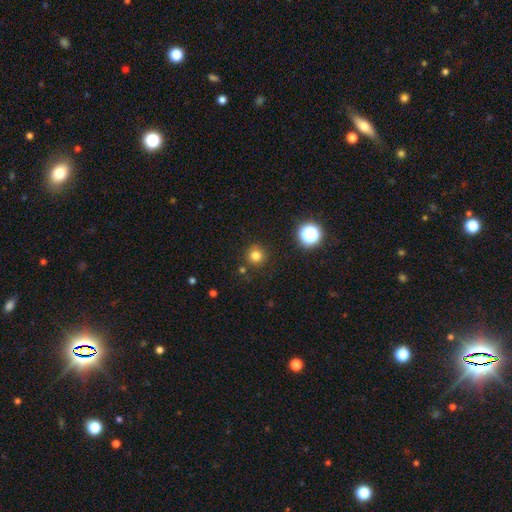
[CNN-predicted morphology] The model was most divided on "smooth or featured": smooth: 78%, star or artifact: 16%, featured or disk: 6%. More confident: how rounded — round (95%); merging — none (88%).